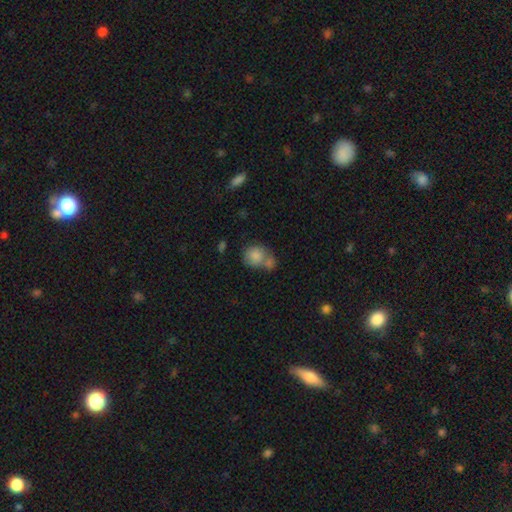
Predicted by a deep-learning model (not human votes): A smooth galaxy with no disk features (83%) that is round (73%). Merging: merger (48%).